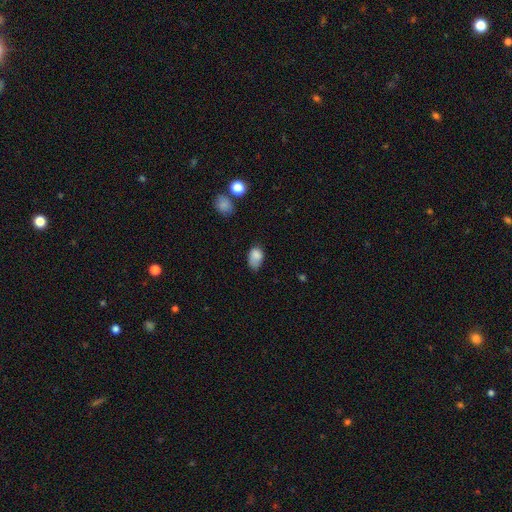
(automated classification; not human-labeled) Q: Smooth or featured?
A: smooth (82%); runner-up: star or artifact (10%)
Q: How rounded?
A: in between (85%); runner-up: round (14%)
Q: Merging?
A: none (44%); runner-up: minor disturbance (39%)